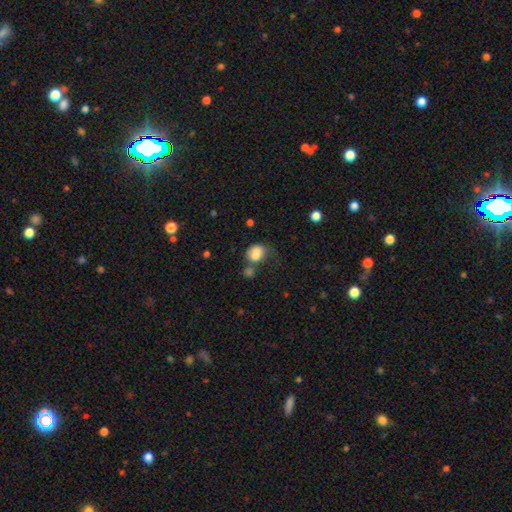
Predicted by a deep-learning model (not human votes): smooth-or-featured: smooth: 81% | featured or disk: 10% | star or artifact: 10%
  how-rounded: in between: 55% | round: 44% | cigar-shaped: 1%
  merging: none: 36% | merger: 24% | minor disturbance: 24% | major disturbance: 16%